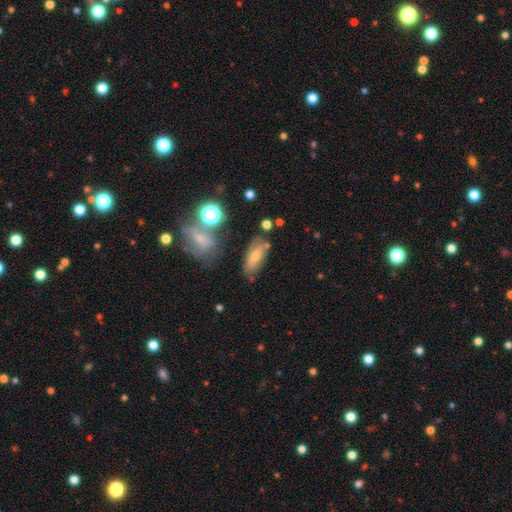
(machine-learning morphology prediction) Q: Smooth or featured?
A: smooth (51%); runner-up: featured or disk (32%)
Q: How rounded?
A: in between (75%); runner-up: cigar-shaped (18%)
Q: Merging?
A: none (66%); runner-up: minor disturbance (19%)